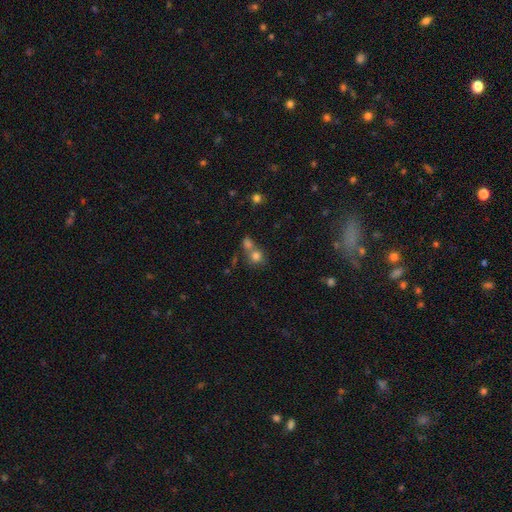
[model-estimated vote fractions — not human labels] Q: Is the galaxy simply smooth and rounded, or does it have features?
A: smooth — 76%.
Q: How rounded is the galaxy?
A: round — 83%.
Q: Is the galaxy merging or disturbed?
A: merger — 46%.